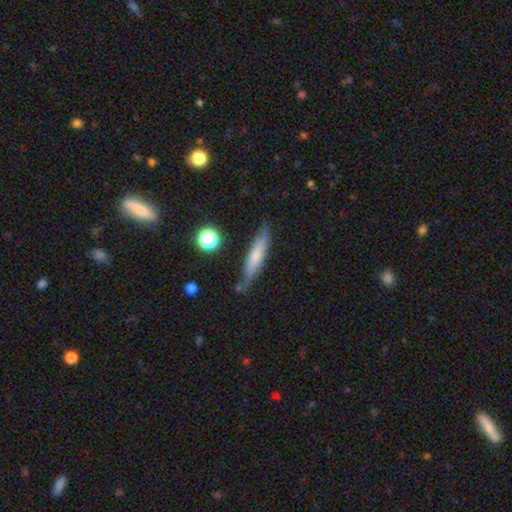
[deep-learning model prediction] Smooth or featured? Predicted: smooth (p=0.61). How rounded? Predicted: cigar-shaped (p=0.88). Merging? Predicted: none (p=0.80).